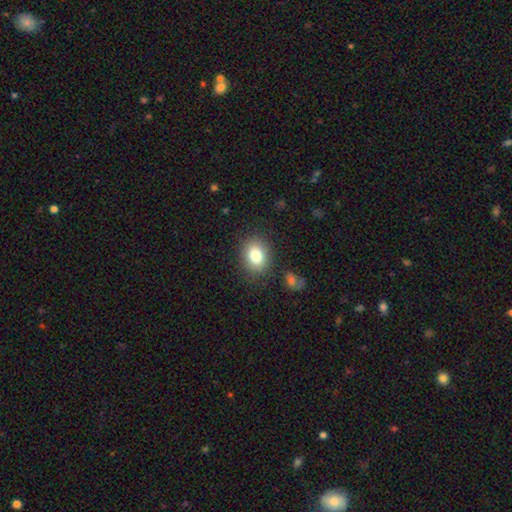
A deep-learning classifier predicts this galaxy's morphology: smooth 81%, featured or disk 10%, star or artifact 10%. Down the decision tree: how rounded — in between (54%); merging — none (84%).